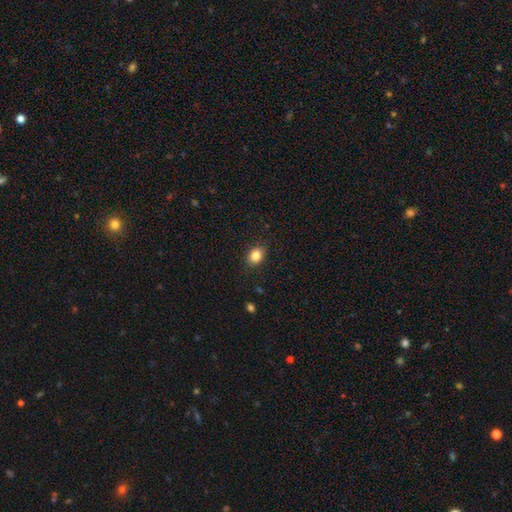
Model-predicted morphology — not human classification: This appears to be a smooth galaxy with no disk features (85%) that is in between round and cigar-shaped (56%). Merging: none (85%).